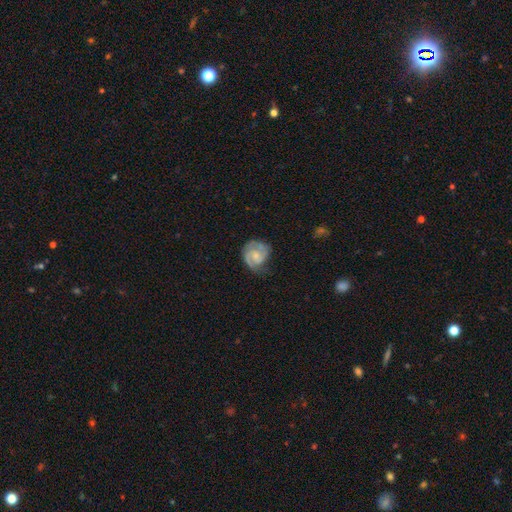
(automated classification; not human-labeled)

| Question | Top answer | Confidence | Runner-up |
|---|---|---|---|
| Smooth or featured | featured or disk | 77% | smooth (17%) |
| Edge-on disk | no | 98% | yes (2%) |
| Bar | no | 59% | weak (35%) |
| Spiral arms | yes | 95% | no (5%) |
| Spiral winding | tight | 47% | medium (43%) |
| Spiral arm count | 2 | 68% | 3 (11%) |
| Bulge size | small | 51% | moderate (32%) |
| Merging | none | 61% | minor disturbance (25%) |